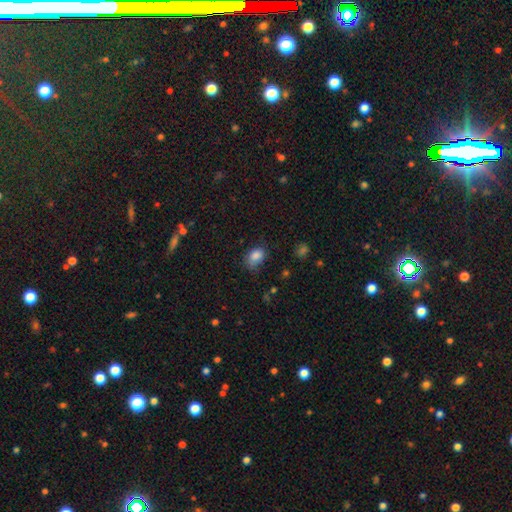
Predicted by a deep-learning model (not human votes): Smooth or featured: smooth — 85% (star or artifact — 10%)
How rounded: in between — 73% (round — 25%)
Merging: none — 59% (minor disturbance — 31%)